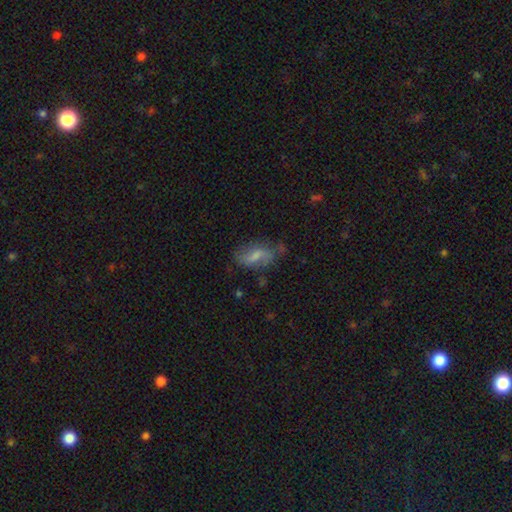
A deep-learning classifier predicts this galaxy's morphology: A smooth galaxy with no disk features (48%).

Vote fractions:
- Smooth or featured? smooth: 48% / featured or disk: 43% / star or artifact: 9%
- Merging? none: 51% / minor disturbance: 29% / major disturbance: 15% / merger: 4%